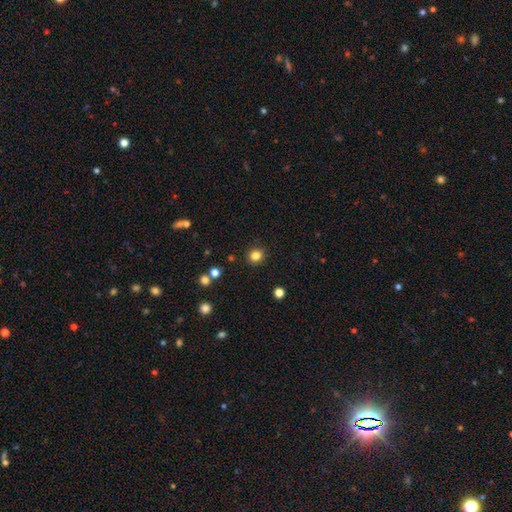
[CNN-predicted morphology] Smooth or featured: smooth — 82% (star or artifact — 13%)
How rounded: round — 88% (in between — 11%)
Merging: none — 90% (minor disturbance — 6%)